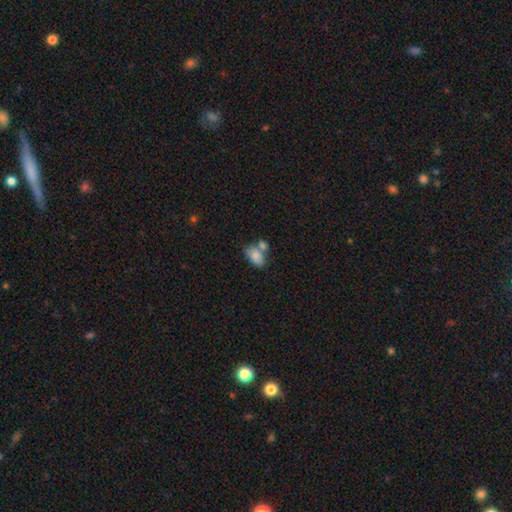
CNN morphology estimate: smooth_or_featured: smooth (p=0.80) [alt: featured or disk p=0.12]
how_rounded: in between (p=0.89) [alt: round p=0.10]
merging: merger (p=0.41) [alt: none p=0.39]